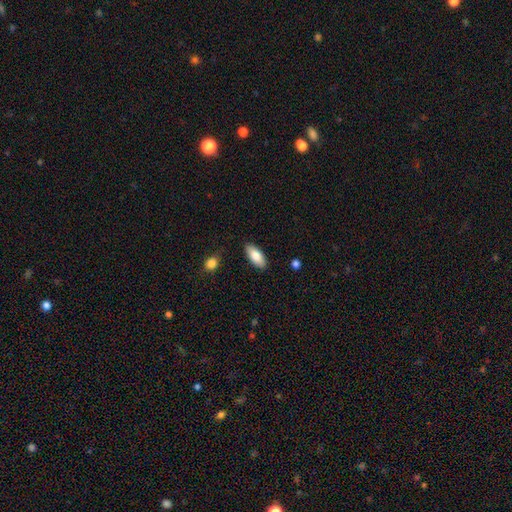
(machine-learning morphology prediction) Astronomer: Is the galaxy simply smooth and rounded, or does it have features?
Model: smooth — 84%.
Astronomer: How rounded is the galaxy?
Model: in between — 87%.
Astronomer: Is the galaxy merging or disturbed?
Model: none — 87%.